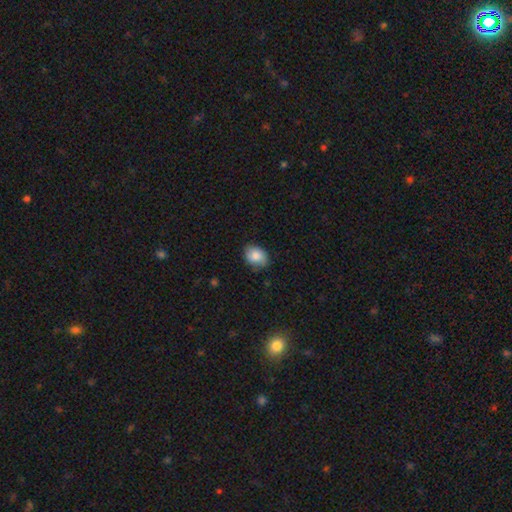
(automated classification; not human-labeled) Smooth or featured: smooth — 84% (featured or disk — 8%)
How rounded: in between — 62% (round — 37%)
Merging: none — 76% (minor disturbance — 19%)